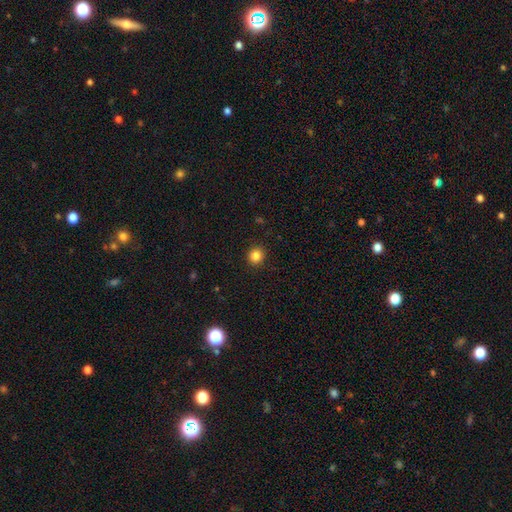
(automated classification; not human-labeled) A smooth galaxy with no disk features (84%) that is round (91%). Merging: none (92%).